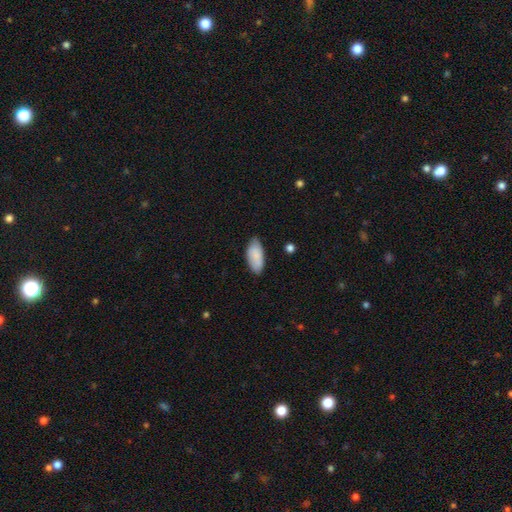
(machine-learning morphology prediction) Q: Smooth or featured?
A: smooth (85%); runner-up: featured or disk (9%)
Q: How rounded?
A: in between (91%); runner-up: cigar-shaped (8%)
Q: Merging?
A: none (75%); runner-up: minor disturbance (20%)